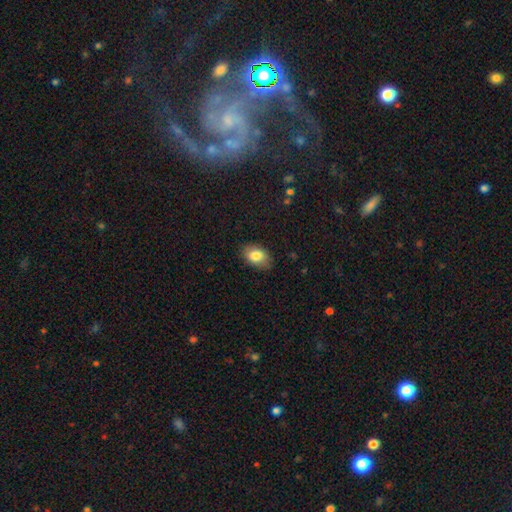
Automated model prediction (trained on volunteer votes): This is clearly a smooth galaxy (82%). How rounded: clearly in between (85%). Merging: clearly none (82%).